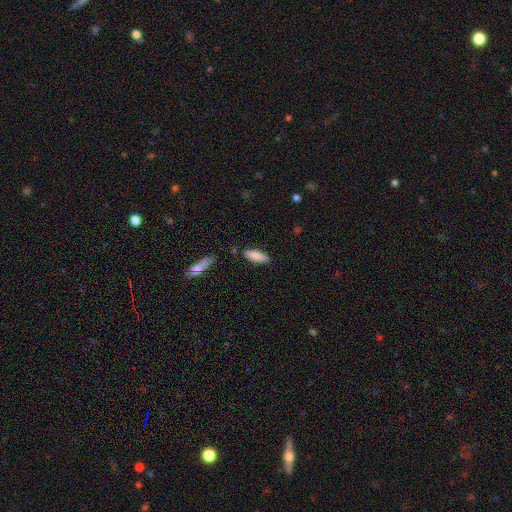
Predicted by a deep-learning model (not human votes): smooth 84%, featured or disk 10%, star or artifact 6%. Down the decision tree: how rounded — in between (52%); merging — none (82%).